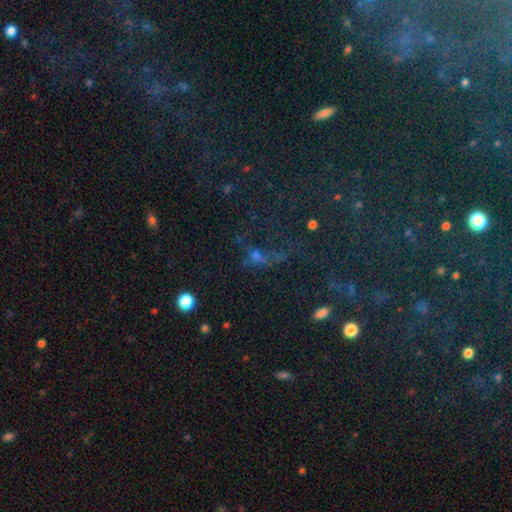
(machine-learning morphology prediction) Smooth or featured?
  - star or artifact: 51% *
  - smooth: 31%
  - featured or disk: 18%